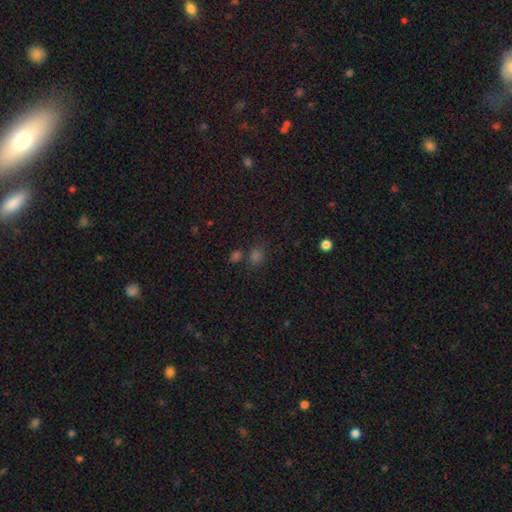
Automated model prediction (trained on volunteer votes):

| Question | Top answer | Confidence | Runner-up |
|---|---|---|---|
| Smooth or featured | smooth | 59% | star or artifact (34%) |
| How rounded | round | 57% | in between (42%) |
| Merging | none | 68% | merger (16%) |